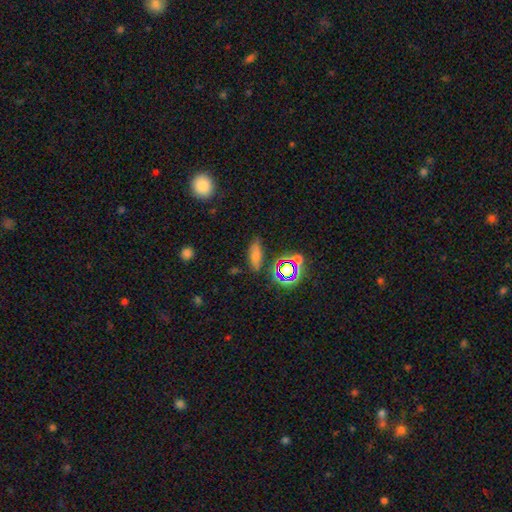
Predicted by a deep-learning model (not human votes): Morphology: type=smooth (52%); roundness=in between (62%); merging=none (77%).